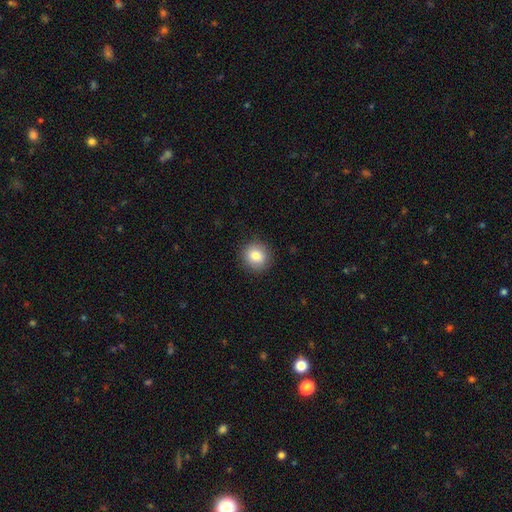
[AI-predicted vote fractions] smooth-or-featured: smooth: 83% | star or artifact: 9% | featured or disk: 8%
  how-rounded: round: 86% | in between: 13% | cigar-shaped: 1%
  merging: none: 90% | minor disturbance: 7% | major disturbance: 2% | merger: 1%